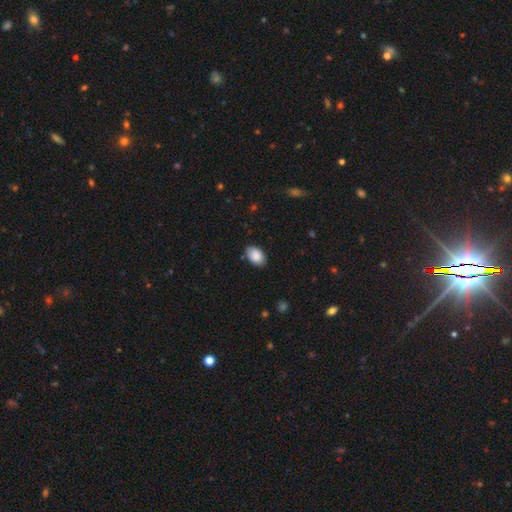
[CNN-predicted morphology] smooth_or_featured: smooth (p=0.89) [alt: star or artifact p=0.06]
how_rounded: in between (p=0.91) [alt: round p=0.08]
merging: none (p=0.85) [alt: minor disturbance p=0.12]